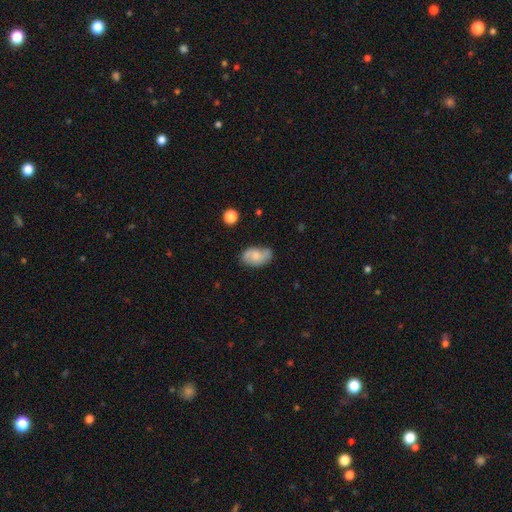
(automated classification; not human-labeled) smooth_or_featured: smooth (p=0.47) [alt: featured or disk p=0.45]
merging: none (p=0.68) [alt: minor disturbance p=0.23]